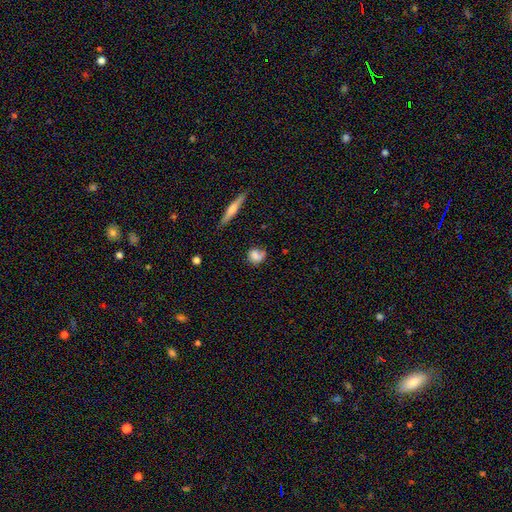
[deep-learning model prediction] smooth 70%, featured or disk 21%, star or artifact 9%. Down the decision tree: how rounded — round (62%); merging — none (54%).